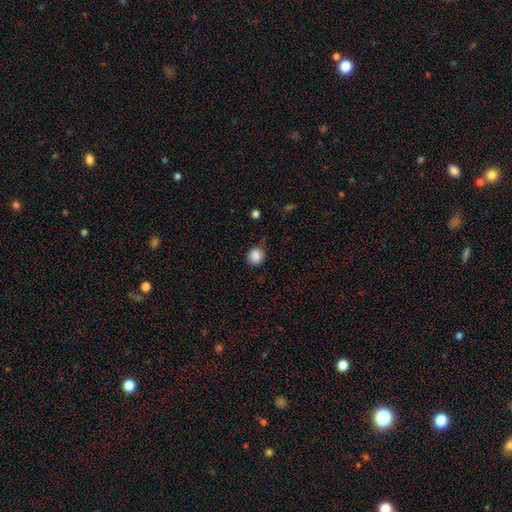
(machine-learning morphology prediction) smooth 87%, star or artifact 9%, featured or disk 4%. Down the decision tree: how rounded — round (83%); merging — none (78%).